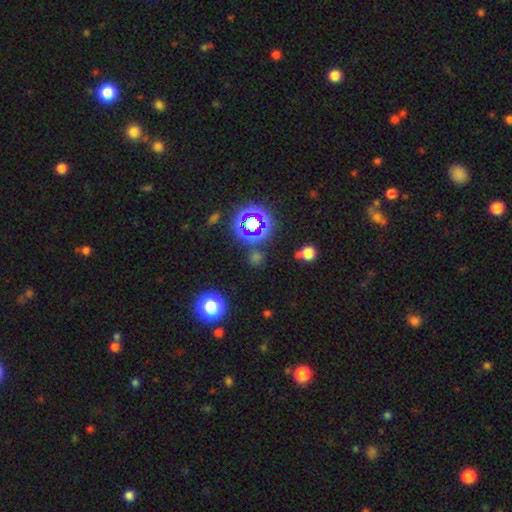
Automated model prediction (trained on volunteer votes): Smooth or featured? star or artifact (53%)